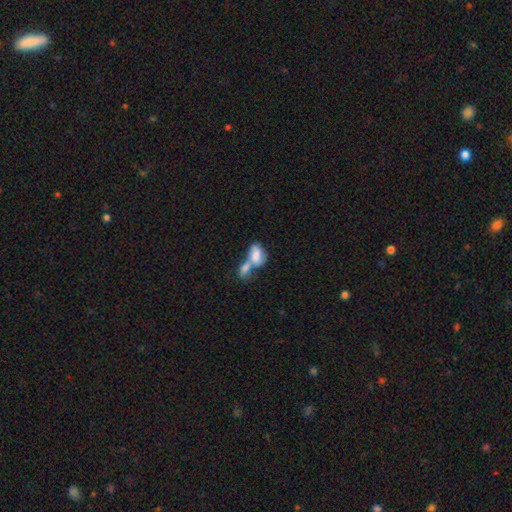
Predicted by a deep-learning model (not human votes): Smooth or featured?
  - smooth: 70% *
  - featured or disk: 22%
  - star or artifact: 8%
How rounded?
  - in between: 88% *
  - round: 10%
  - cigar-shaped: 3%
Merging?
  - merger: 74% *
  - none: 13%
  - minor disturbance: 7%
  - major disturbance: 6%